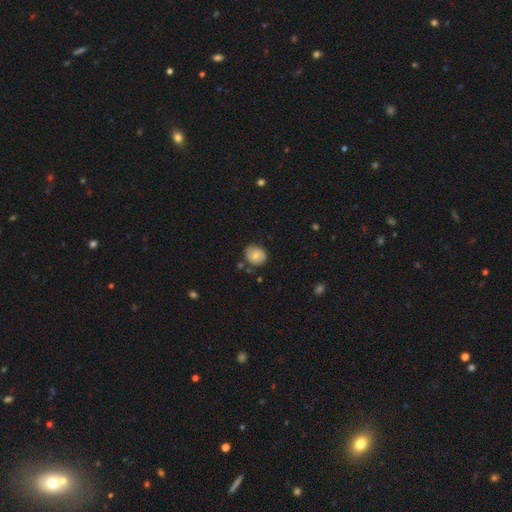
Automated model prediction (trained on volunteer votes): Smooth or featured: smooth — 62% (featured or disk — 30%)
How rounded: round — 68% (in between — 31%)
Merging: none — 72% (minor disturbance — 20%)